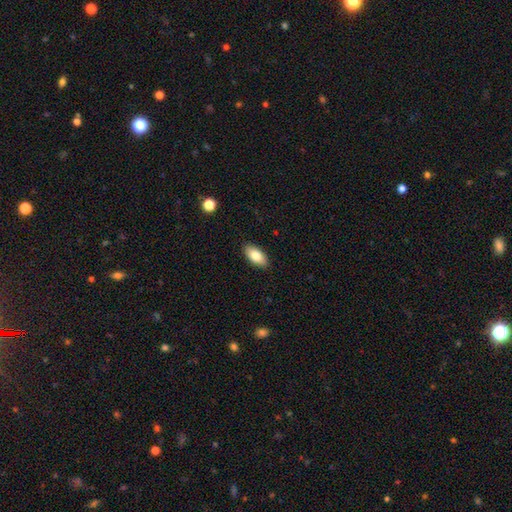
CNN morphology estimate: Smooth or featured?
  - smooth: 81% *
  - featured or disk: 12%
  - star or artifact: 7%
How rounded?
  - in between: 91% *
  - cigar-shaped: 6%
  - round: 3%
Merging?
  - none: 89% *
  - minor disturbance: 8%
  - major disturbance: 2%
  - merger: 1%